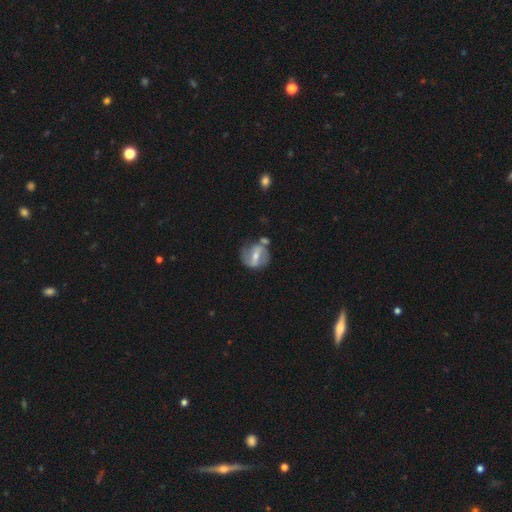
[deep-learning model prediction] featured or disk 70%, smooth 23%, star or artifact 7%. Down the decision tree: edge-on disk — no (94%); bar — strong (59%); spiral arms — yes (70%); bulge size — moderate (50%); merging — none (61%).